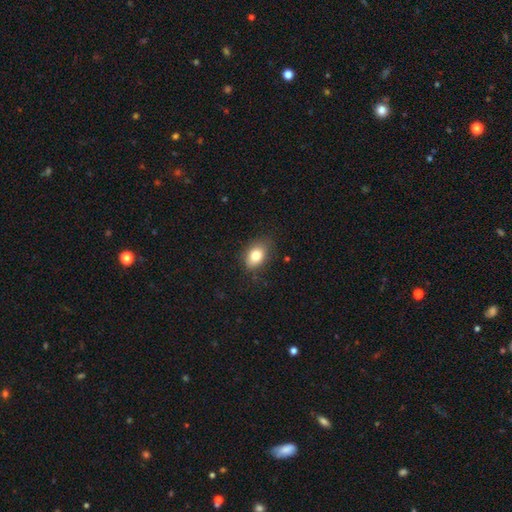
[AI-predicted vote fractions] Smooth or featured?
  - smooth: 81% *
  - featured or disk: 10%
  - star or artifact: 9%
How rounded?
  - in between: 79% *
  - round: 19%
  - cigar-shaped: 1%
Merging?
  - none: 77% *
  - minor disturbance: 18%
  - major disturbance: 4%
  - merger: 1%